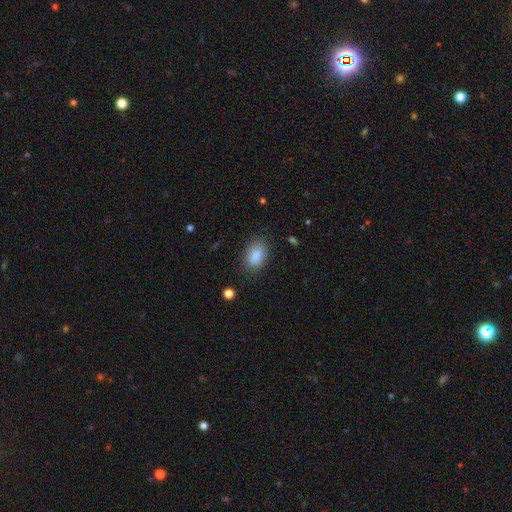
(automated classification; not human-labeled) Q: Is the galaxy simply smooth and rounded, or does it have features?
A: smooth — 88%.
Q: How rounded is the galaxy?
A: in between — 86%.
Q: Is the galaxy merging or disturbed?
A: none — 82%.